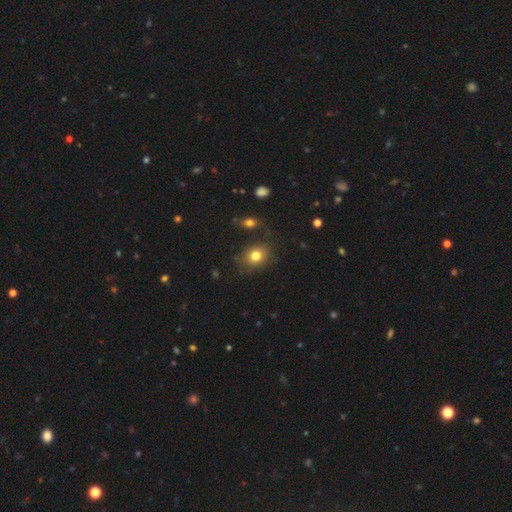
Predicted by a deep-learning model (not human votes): Smooth or featured? smooth (80%)
How rounded? round (53%)
Merging? none (76%)